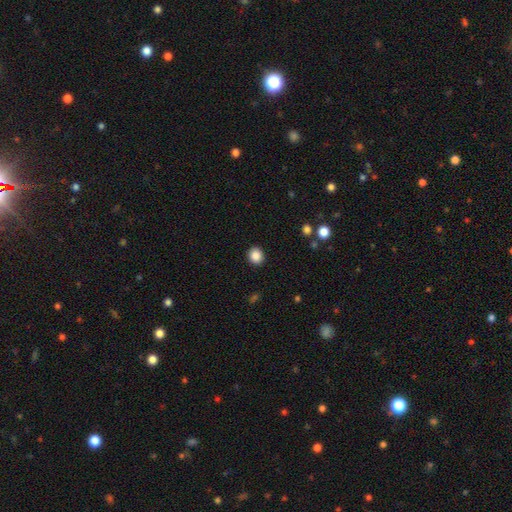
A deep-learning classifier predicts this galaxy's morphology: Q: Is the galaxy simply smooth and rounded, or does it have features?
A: smooth — 87%.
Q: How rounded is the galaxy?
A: round — 74%.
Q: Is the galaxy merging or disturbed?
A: none — 91%.